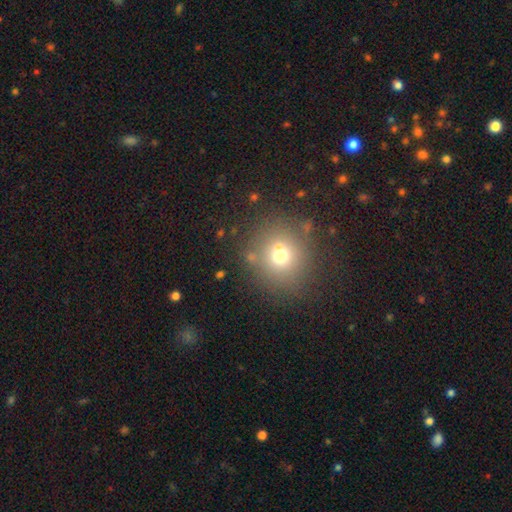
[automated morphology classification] Smooth or featured: smooth — 64% (star or artifact — 26%)
How rounded: round — 89% (in between — 10%)
Merging: none — 87% (minor disturbance — 8%)